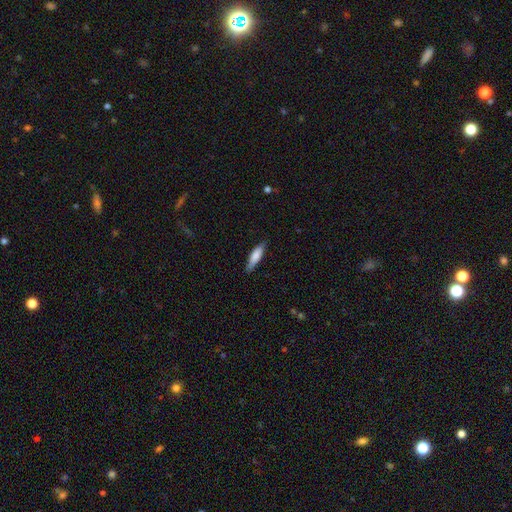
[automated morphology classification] Smooth or featured? Predicted: smooth (p=0.76). How rounded? Predicted: cigar-shaped (p=0.69). Merging? Predicted: none (p=0.79).